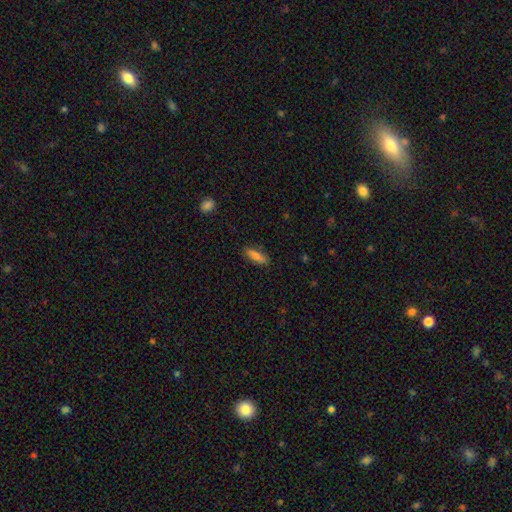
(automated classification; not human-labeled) smooth-or-featured: smooth: 79% | featured or disk: 14% | star or artifact: 7%
  how-rounded: cigar-shaped: 57% | in between: 41% | round: 2%
  merging: none: 87% | minor disturbance: 10% | major disturbance: 2% | merger: 1%